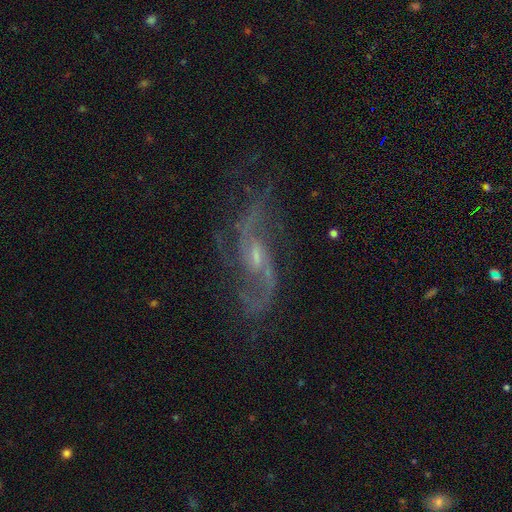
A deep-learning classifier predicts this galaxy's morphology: Smooth or featured?
  - featured or disk: 88% *
  - star or artifact: 7%
  - smooth: 5%
Edge-on disk?
  - no: 95% *
  - yes: 5%
Bar?
  - weak: 56% *
  - no: 25%
  - strong: 18%
Spiral arms?
  - yes: 96% *
  - no: 4%
Spiral winding?
  - loose: 49% *
  - medium: 40%
  - tight: 11%
Spiral arm count?
  - 2: 74% *
  - can't tell: 9%
  - 3: 7%
  - 1: 4%
  - 4: 3%
  - more than 4: 3%
Bulge size?
  - small: 57% *
  - moderate: 28%
  - none: 11%
  - large: 2%
  - dominant: 1%
Merging?
  - none: 62% *
  - major disturbance: 17%
  - minor disturbance: 17%
  - merger: 3%